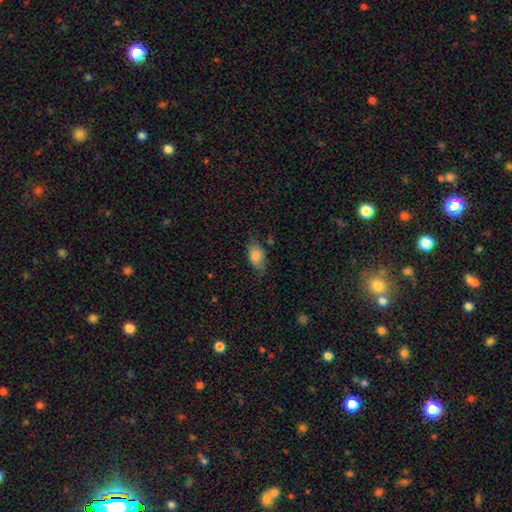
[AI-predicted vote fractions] Smooth or featured? smooth (78%)
How rounded? in between (88%)
Merging? none (64%)